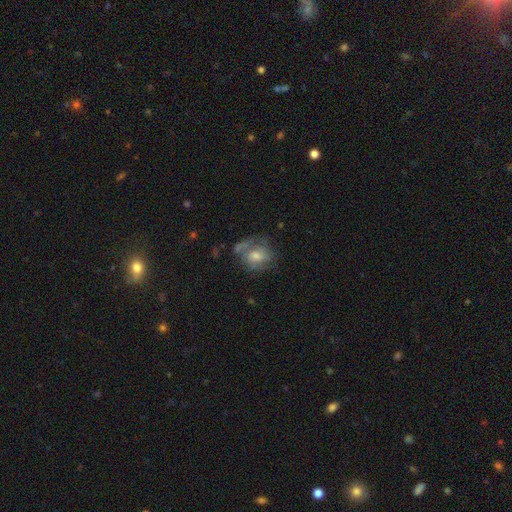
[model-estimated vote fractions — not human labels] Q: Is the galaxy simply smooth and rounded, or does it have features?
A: featured or disk — 53%.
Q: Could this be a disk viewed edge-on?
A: no — 96%.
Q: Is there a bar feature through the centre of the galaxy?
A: no — 64%.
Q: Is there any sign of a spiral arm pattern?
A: yes — 66%.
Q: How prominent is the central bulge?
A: moderate — 54%.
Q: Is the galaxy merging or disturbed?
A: none — 53%.